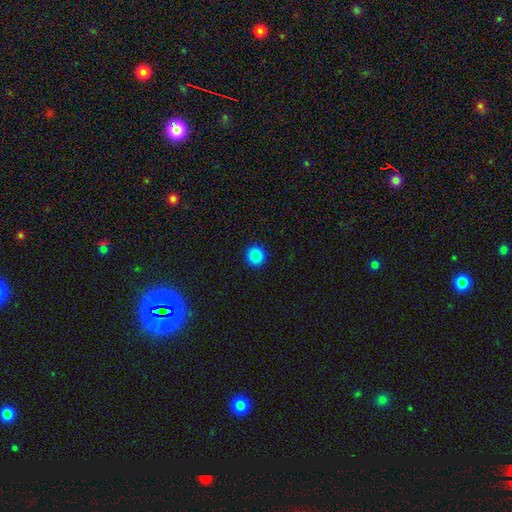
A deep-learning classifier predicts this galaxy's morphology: This is clearly a smooth galaxy (87%). How rounded: clearly round (93%). Merging: clearly none (92%).